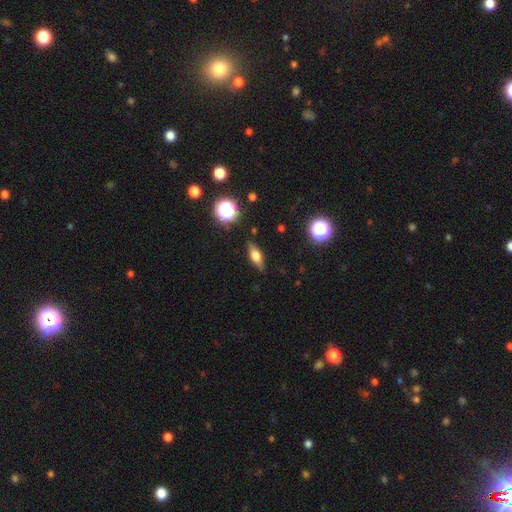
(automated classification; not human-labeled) Morphology: type=featured or disk (46%); merging=none (84%).